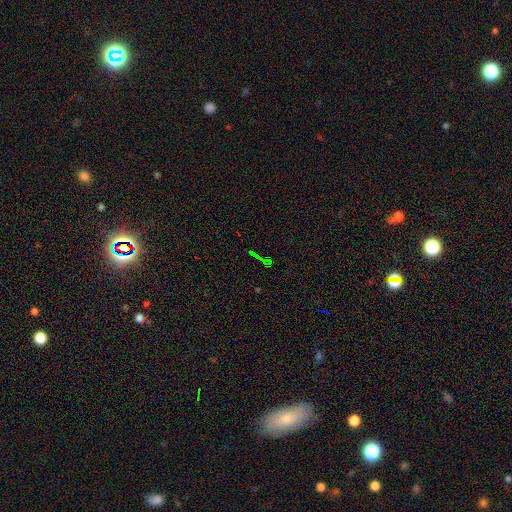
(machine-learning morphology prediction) This appears to be a star or artifact, not a galaxy (73%).